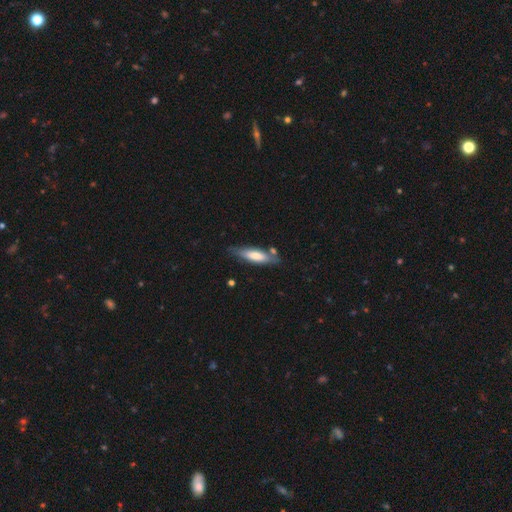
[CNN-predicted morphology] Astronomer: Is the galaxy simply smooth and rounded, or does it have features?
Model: smooth — 64%.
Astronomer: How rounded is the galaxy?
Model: cigar-shaped — 60% (runner-up: in between, 38%).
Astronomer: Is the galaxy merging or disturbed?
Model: none — 69%.